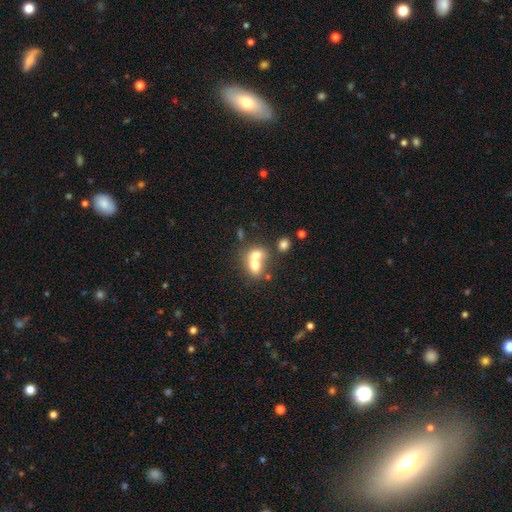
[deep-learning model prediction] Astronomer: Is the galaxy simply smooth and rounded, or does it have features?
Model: smooth — 67%.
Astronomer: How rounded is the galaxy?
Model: in between — 50% (runner-up: round, 49%).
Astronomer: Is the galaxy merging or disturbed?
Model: merger — 71%.